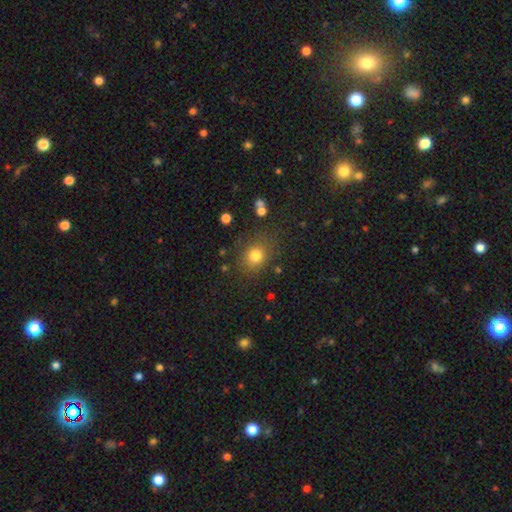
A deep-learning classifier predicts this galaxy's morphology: Q: Smooth or featured?
A: smooth (78%); runner-up: star or artifact (14%)
Q: How rounded?
A: round (65%); runner-up: in between (34%)
Q: Merging?
A: none (78%); runner-up: minor disturbance (13%)